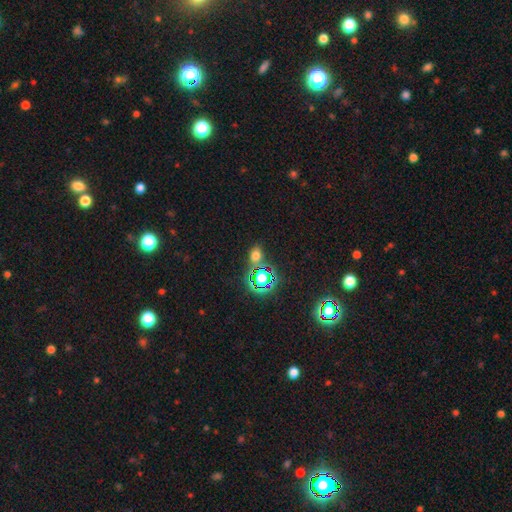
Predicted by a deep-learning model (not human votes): This is possibly a smooth galaxy (55%). How rounded: likely in between (61%). Merging: likely none (76%).